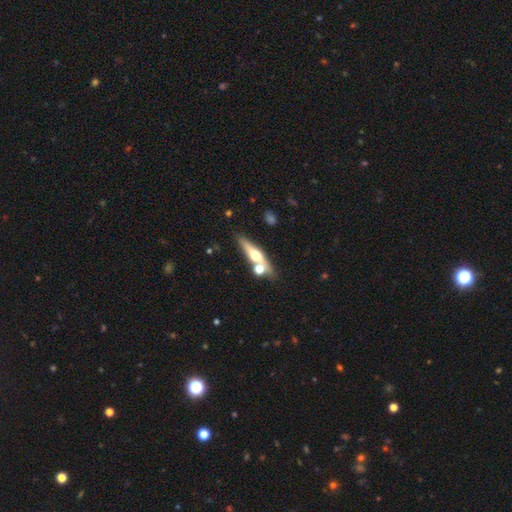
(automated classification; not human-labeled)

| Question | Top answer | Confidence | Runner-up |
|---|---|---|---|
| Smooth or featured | featured or disk | 54% | smooth (38%) |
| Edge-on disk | yes | 89% | no (11%) |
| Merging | none | 67% | merger (18%) |